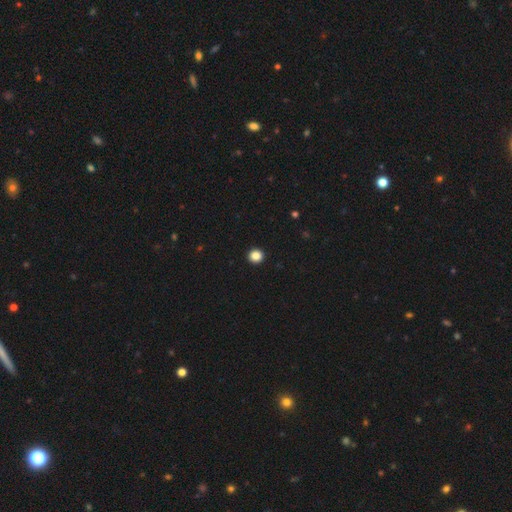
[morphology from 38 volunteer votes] Volunteers were most divided on "smooth or featured": smooth: 92%, star or artifact: 5%, featured or disk: 3%. More confident: merging — none (94%); how rounded — round (94%).